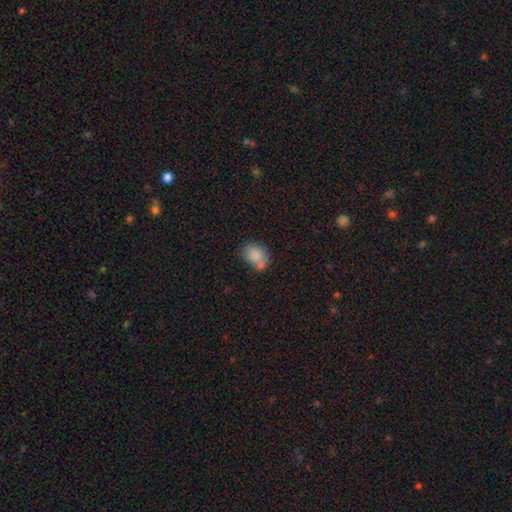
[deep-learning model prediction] Overall: smooth (83%). How rounded: in between (70%). Merging: none (50%; merger 22%).